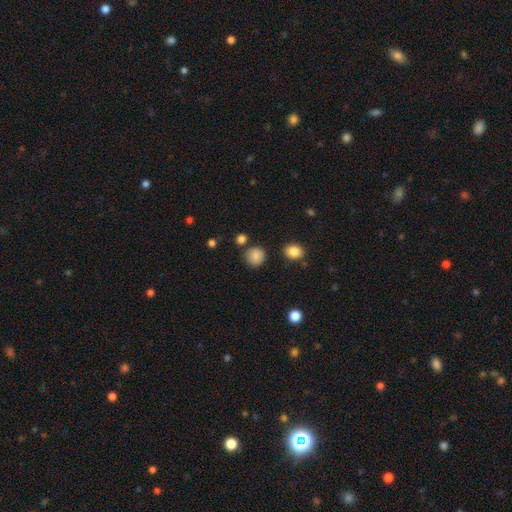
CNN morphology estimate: Smooth or featured?
  - smooth: 85% *
  - star or artifact: 10%
  - featured or disk: 5%
How rounded?
  - round: 89% *
  - in between: 10%
  - cigar-shaped: 1%
Merging?
  - none: 81% *
  - minor disturbance: 12%
  - merger: 4%
  - major disturbance: 3%